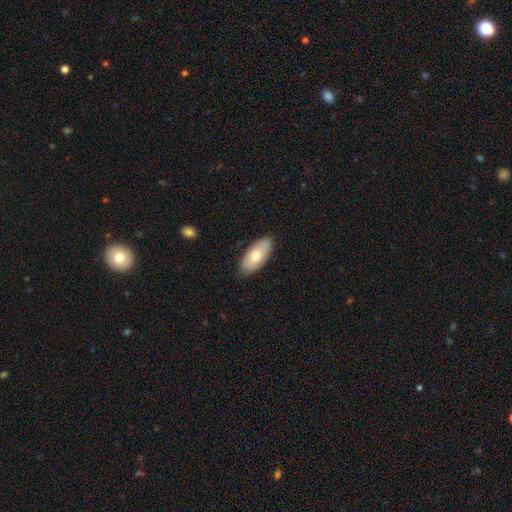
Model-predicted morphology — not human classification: smooth 72%, featured or disk 22%, star or artifact 6%. Down the decision tree: how rounded — in between (90%); merging — none (85%).